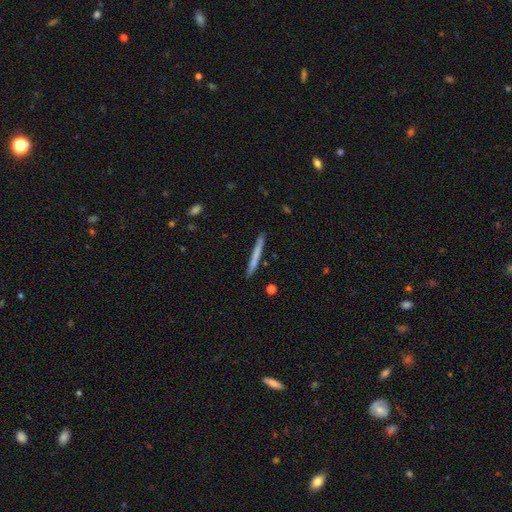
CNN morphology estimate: Smooth or featured? Predicted: smooth (p=0.65). How rounded? Predicted: cigar-shaped (p=0.97). Merging? Predicted: none (p=0.90).